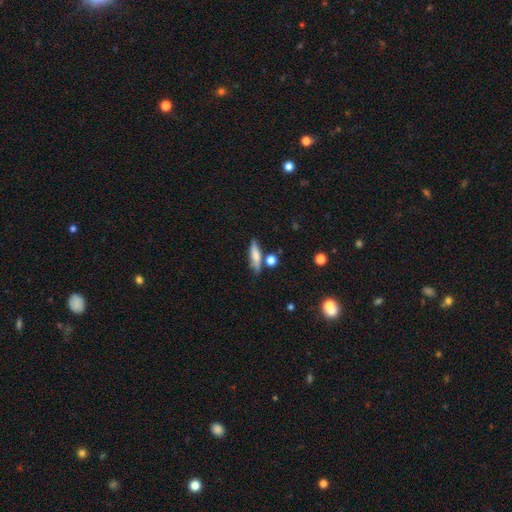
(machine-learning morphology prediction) A smooth galaxy with no disk features (68%) that is cigar-shaped (67%). Merging: none (70%).